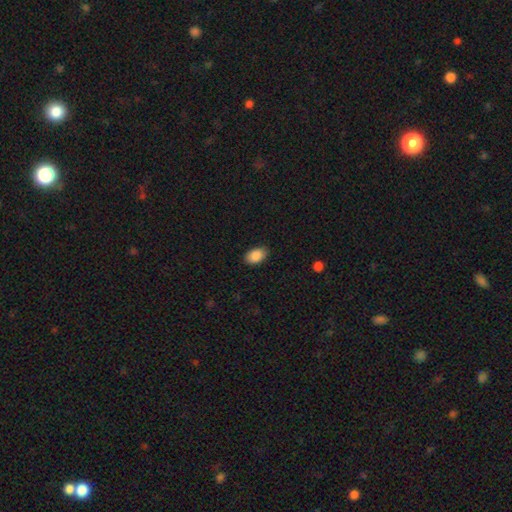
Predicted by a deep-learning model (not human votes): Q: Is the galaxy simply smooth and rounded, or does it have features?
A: smooth — 89%.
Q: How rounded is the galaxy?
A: in between — 91%.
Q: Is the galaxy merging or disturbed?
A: none — 85%.